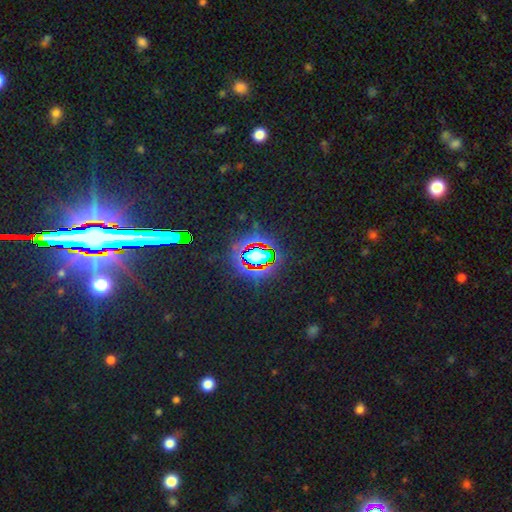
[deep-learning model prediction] Overall: star or artifact (70%).